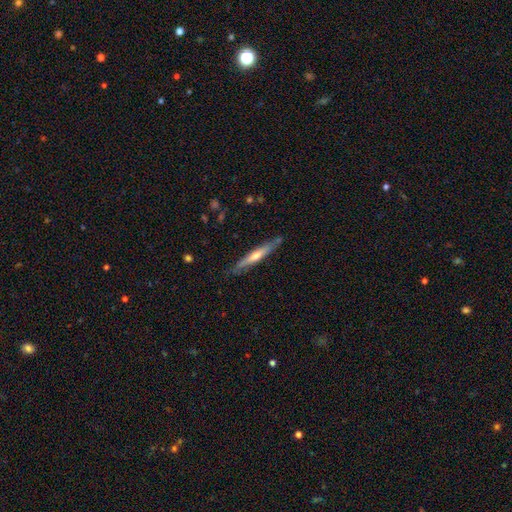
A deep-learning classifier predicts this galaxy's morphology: The model was most divided on "smooth or featured": featured or disk: 57%, smooth: 37%, star or artifact: 6%. More confident: edge-on disk — yes (93%); merging — none (83%); edge-on bulge — rounded (68%).